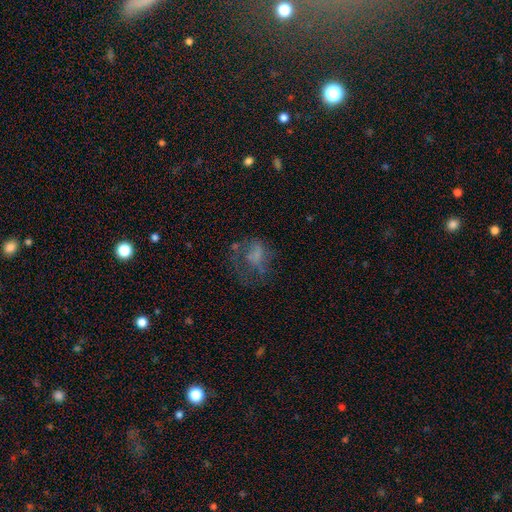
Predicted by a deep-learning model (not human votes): The model was most divided on "smooth or featured": smooth: 42%, featured or disk: 41%, star or artifact: 17%. Remaining: merging — major disturbance (47%).